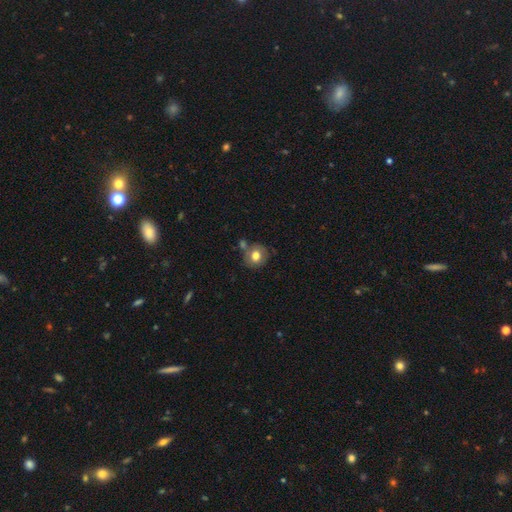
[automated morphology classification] This is likely a smooth galaxy (74%). How rounded: likely round (79%). Merging: likely none (62%).